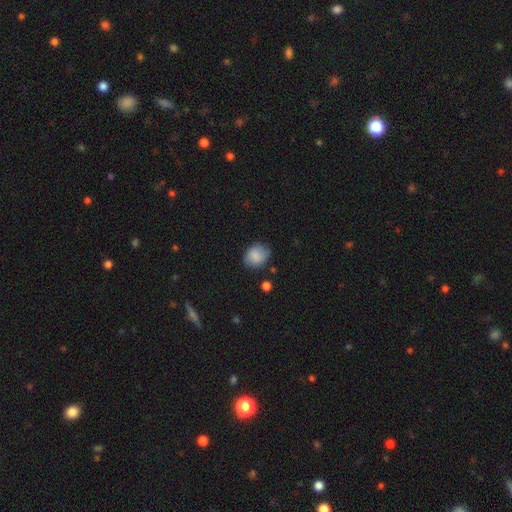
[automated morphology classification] A smooth galaxy with no disk features (84%) that is round (56%). Merging: none (76%).